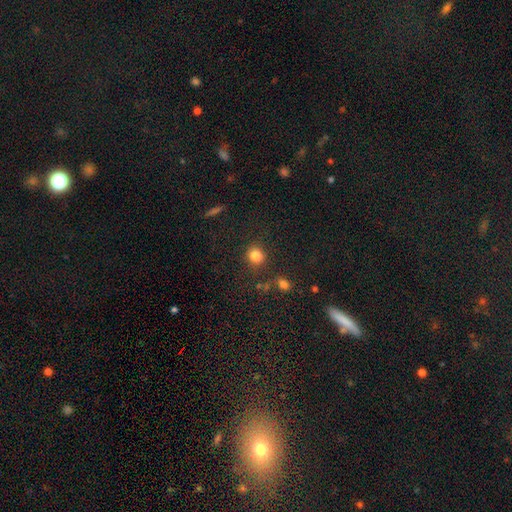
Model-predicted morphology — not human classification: This appears to be a smooth galaxy with no disk features (83%) that is round (86%). Merging: none (84%).